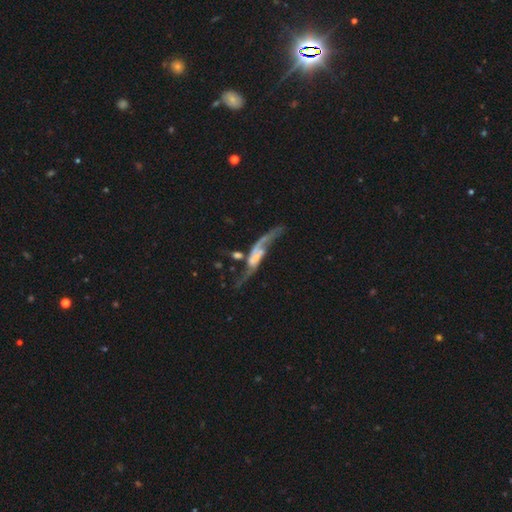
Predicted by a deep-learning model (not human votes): Smooth or featured? Predicted: featured or disk (p=0.77). Edge-on disk? Predicted: no (p=0.85). Bar? Predicted: no (p=0.50). Spiral arms? Predicted: yes (p=0.85). Spiral winding? Predicted: loose (p=0.83). Spiral arm count? Predicted: 2 (p=0.80). Bulge size? Predicted: none (p=0.39). Merging? Predicted: merger (p=0.29, tied with none).